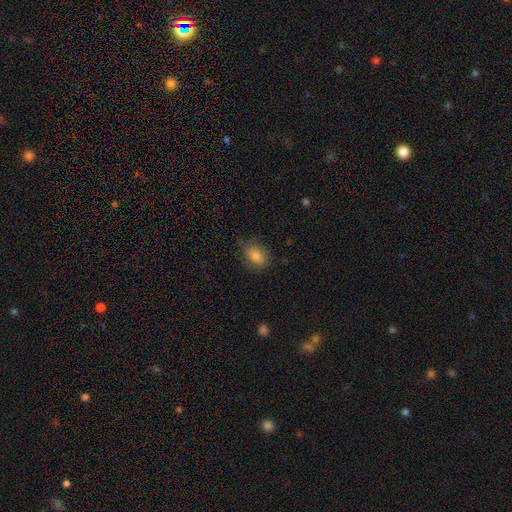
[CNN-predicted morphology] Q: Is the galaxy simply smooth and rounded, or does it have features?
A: smooth — 81%.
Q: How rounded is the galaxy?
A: in between — 83%.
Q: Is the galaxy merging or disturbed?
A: none — 68%.